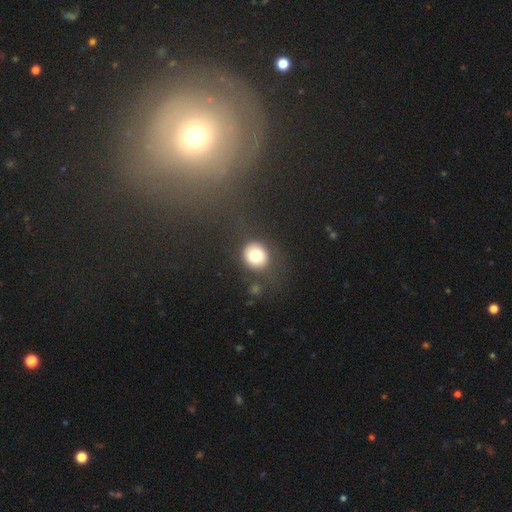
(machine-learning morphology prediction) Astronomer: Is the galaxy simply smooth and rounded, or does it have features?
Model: smooth — 79%.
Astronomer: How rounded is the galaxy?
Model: round — 79%.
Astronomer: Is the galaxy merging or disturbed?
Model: none — 79%.